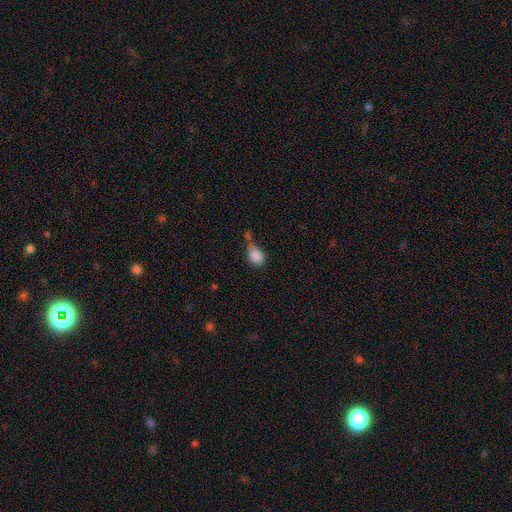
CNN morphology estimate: This is clearly a smooth galaxy (86%). How rounded: likely in between (79%). Merging: marginally none (36%).